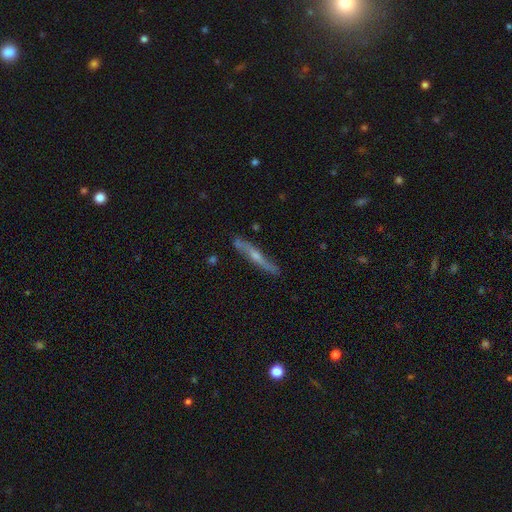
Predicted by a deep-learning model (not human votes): A featured or disk galaxy (71%) viewed edge-on (81%) with a rounded central bulge (76%). Merging: none (80%).